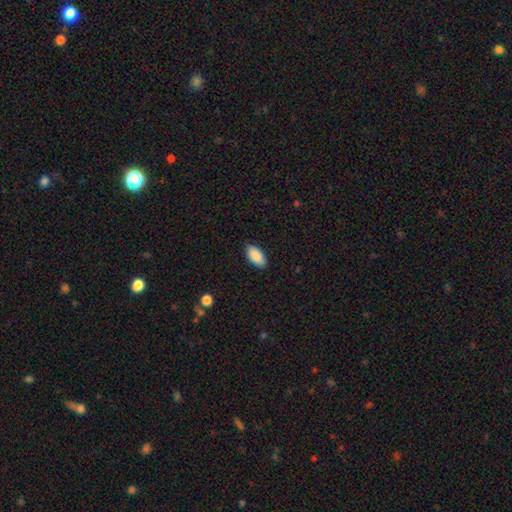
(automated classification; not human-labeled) The model was most divided on "merging": none: 88%, minor disturbance: 9%, major disturbance: 2%, merger: 1%. More confident: how rounded — in between (94%); smooth or featured — smooth (90%).